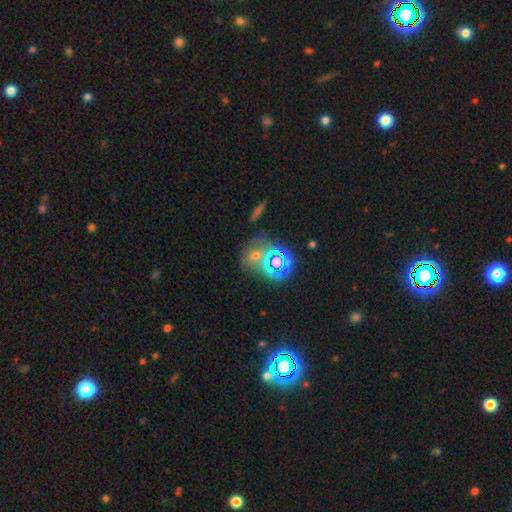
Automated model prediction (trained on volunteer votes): Overall: star or artifact (47%; smooth 40%).